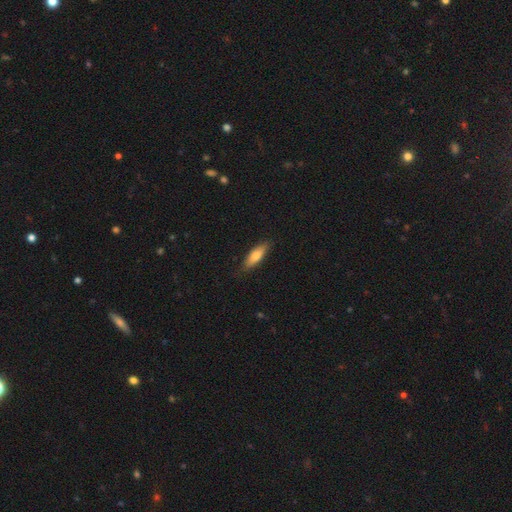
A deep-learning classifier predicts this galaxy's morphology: A smooth galaxy with no disk features (72%) that is cigar-shaped (50%). Merging: none (84%).